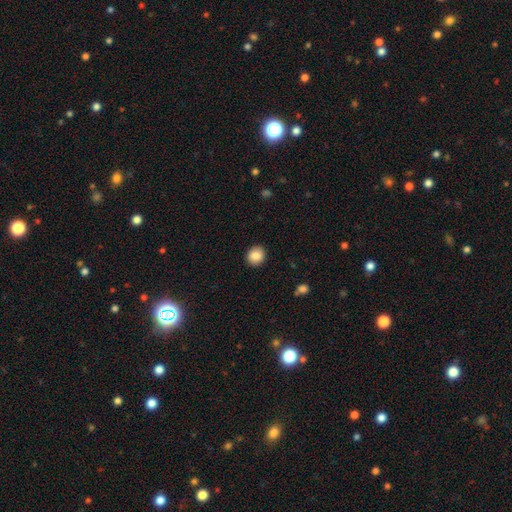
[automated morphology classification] smooth_or_featured: smooth (p=0.86) [alt: star or artifact p=0.09]
how_rounded: round (p=0.80) [alt: in between p=0.19]
merging: none (p=0.91) [alt: minor disturbance p=0.06]